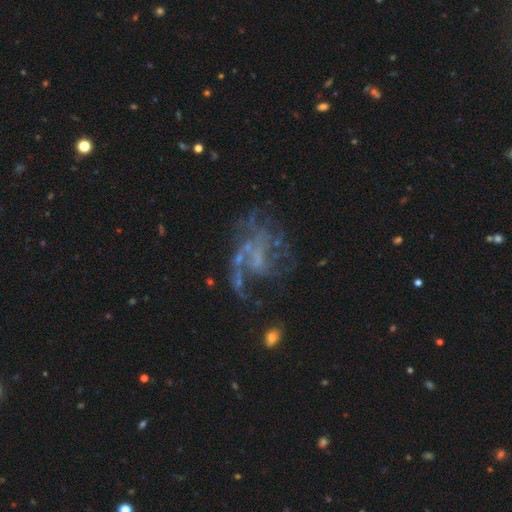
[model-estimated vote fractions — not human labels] This is likely a featured or disk galaxy (73%). It is clearly not viewed edge-on (98%). Bar: likely no (68%). Spiral arm pattern: likely yes (64%). Central bulge: likely none (65%). Merging: marginally major disturbance (41%).